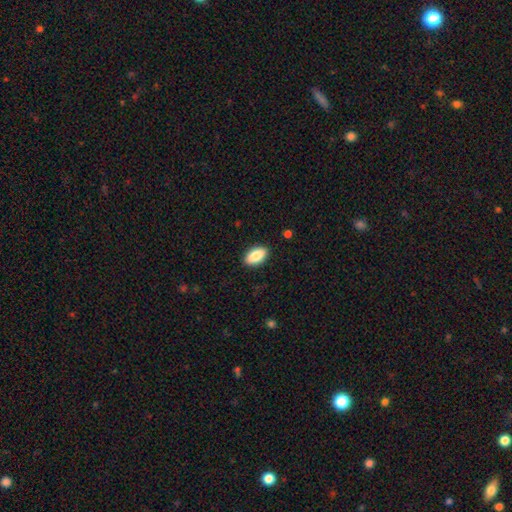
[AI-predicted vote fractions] A smooth galaxy with no disk features (85%) that is in between round and cigar-shaped (92%). Merging: none (89%).